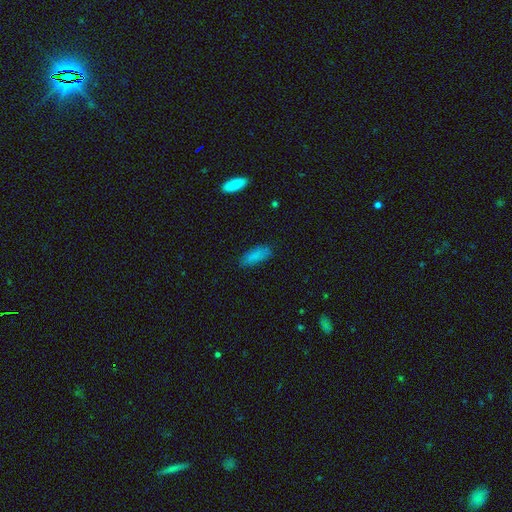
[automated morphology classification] The model was most divided on "how rounded": in between: 74%, cigar-shaped: 24%, round: 2%. More confident: smooth or featured — smooth (86%); merging — none (81%).